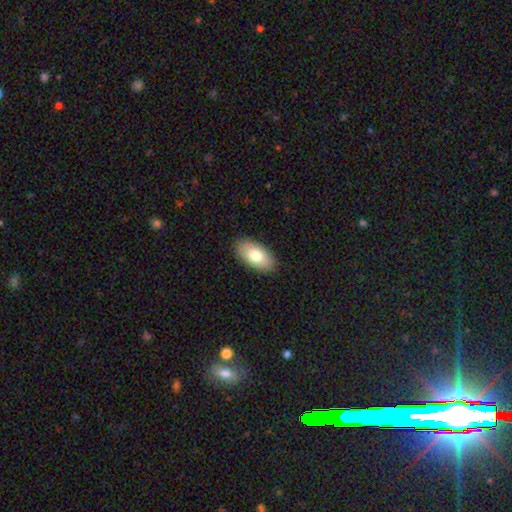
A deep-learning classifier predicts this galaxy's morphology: Smooth or featured?
  - smooth: 77% *
  - featured or disk: 17%
  - star or artifact: 6%
How rounded?
  - in between: 95% *
  - round: 3%
  - cigar-shaped: 2%
Merging?
  - none: 88% *
  - minor disturbance: 9%
  - major disturbance: 2%
  - merger: 1%